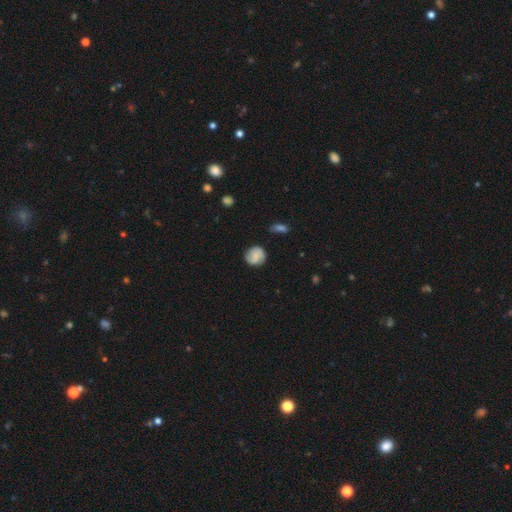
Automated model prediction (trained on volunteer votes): This appears to be a smooth galaxy with no disk features (60%) that is round (85%). Merging: none (79%).